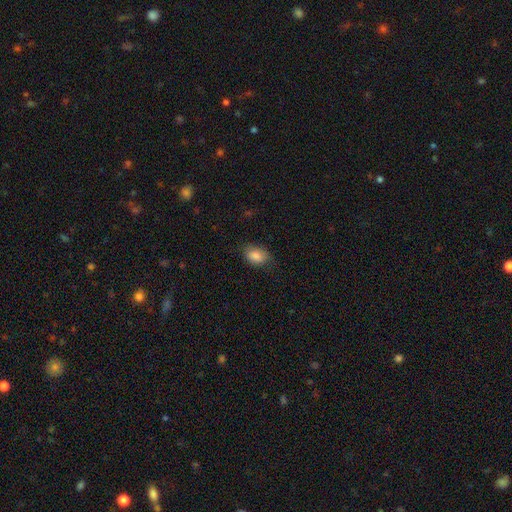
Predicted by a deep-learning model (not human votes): Smooth or featured? smooth (86%)
How rounded? in between (78%)
Merging? none (74%)